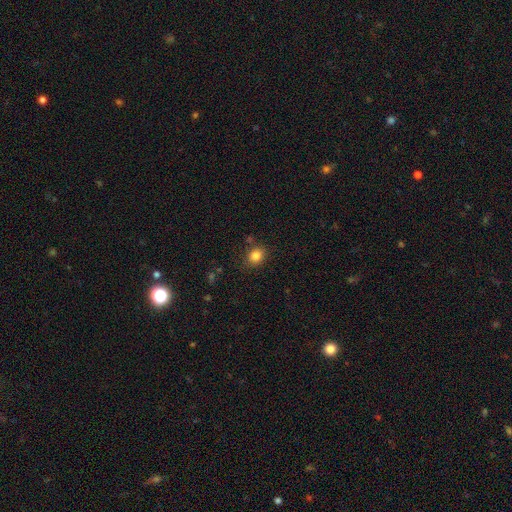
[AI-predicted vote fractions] Smooth or featured? smooth (83%)
How rounded? round (61%)
Merging? none (82%)